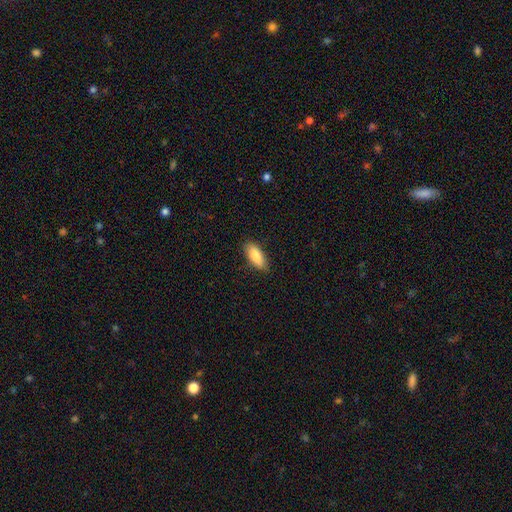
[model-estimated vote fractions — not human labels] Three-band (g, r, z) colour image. It shows a smooth galaxy with no disk features (87%) that is in between round and cigar-shaped (83%). Merging: none (85%).